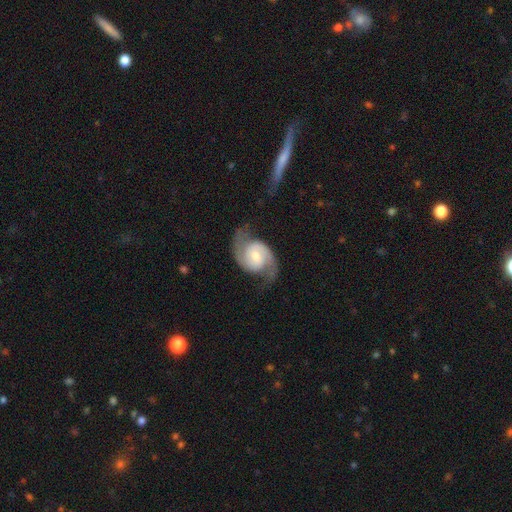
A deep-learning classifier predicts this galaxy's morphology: A featured or disk galaxy (88%) with no bar (50%), 2 (93%) medium (52%) spiral arms (97%) and a moderate central bulge (49%).

Vote fractions:
- Smooth or featured? featured or disk: 88% / smooth: 7% / star or artifact: 4%
- Edge-on disk? no: 98% / yes: 2%
- Bar? no: 50% / weak: 41% / strong: 9%
- Spiral arms? yes: 97% / no: 3%
- Spiral winding? medium: 52% / loose: 28% / tight: 20%
- Spiral arm count? 2: 93% / can't tell: 2% / 1: 1% / 3: 1% / 4: 1% / more than 4: 1%
- Bulge size? moderate: 49% / small: 39% / large: 7% / none: 4% / dominant: 1%
- Merging? none: 74% / minor disturbance: 16% / major disturbance: 9% / merger: 1%